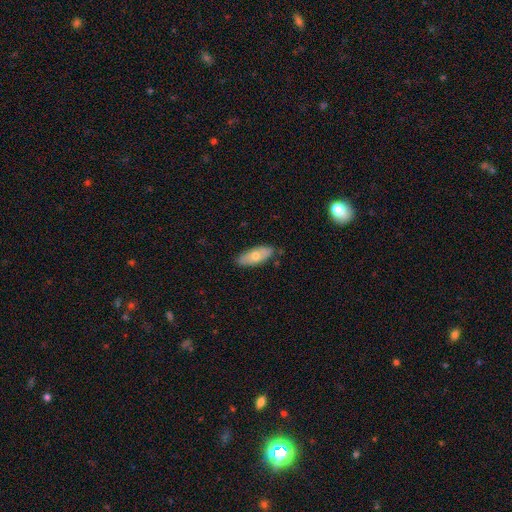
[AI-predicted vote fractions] smooth 62%, featured or disk 32%, star or artifact 6%. Down the decision tree: how rounded — in between (78%); merging — none (82%).